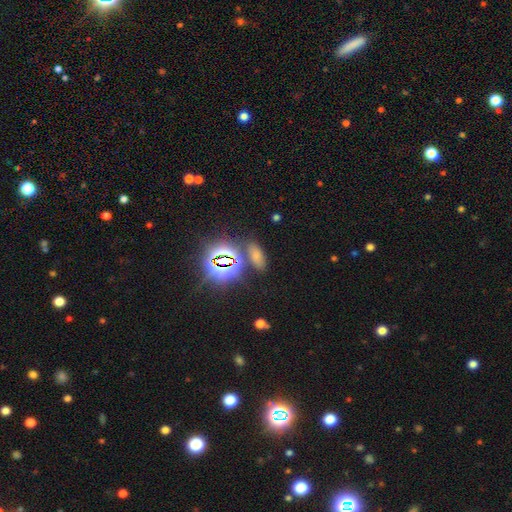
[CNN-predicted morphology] Smooth or featured? Predicted: smooth (p=0.57). How rounded? Predicted: in between (p=0.80). Merging? Predicted: none (p=0.75).